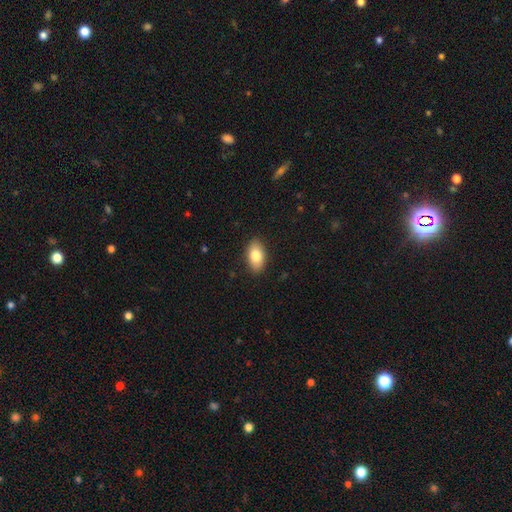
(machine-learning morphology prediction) Smooth or featured? Predicted: smooth (p=0.81). How rounded? Predicted: in between (p=0.92). Merging? Predicted: none (p=0.88).